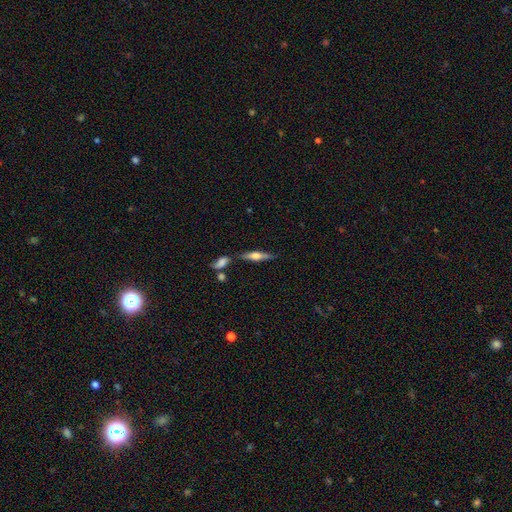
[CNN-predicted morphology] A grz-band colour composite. It shows a featured or disk galaxy (51%) viewed edge-on (93%). Merging: none (74%).